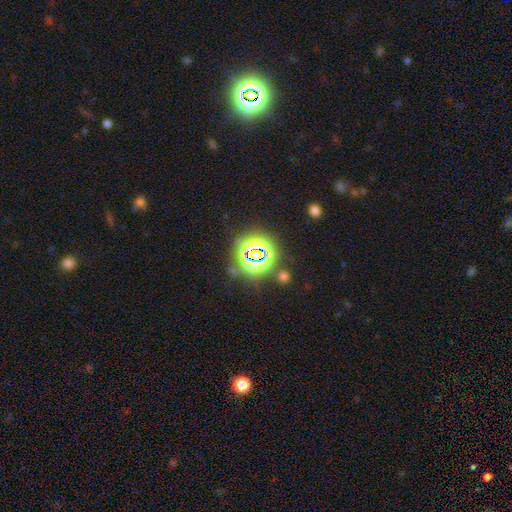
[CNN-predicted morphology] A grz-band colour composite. It shows a star or artifact, not a galaxy (77%).